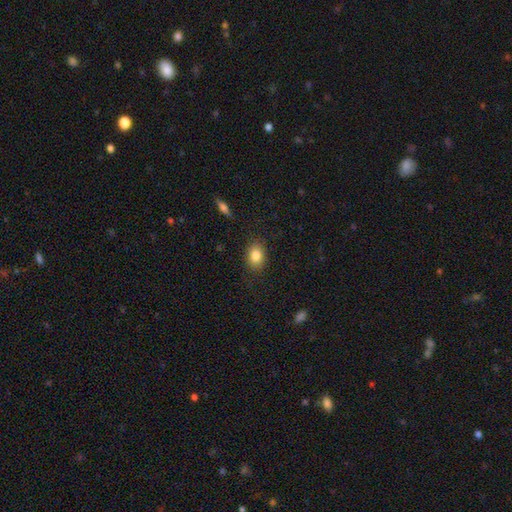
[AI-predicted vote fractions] Smooth or featured? Predicted: smooth (p=0.84). How rounded? Predicted: in between (p=0.75). Merging? Predicted: none (p=0.86).